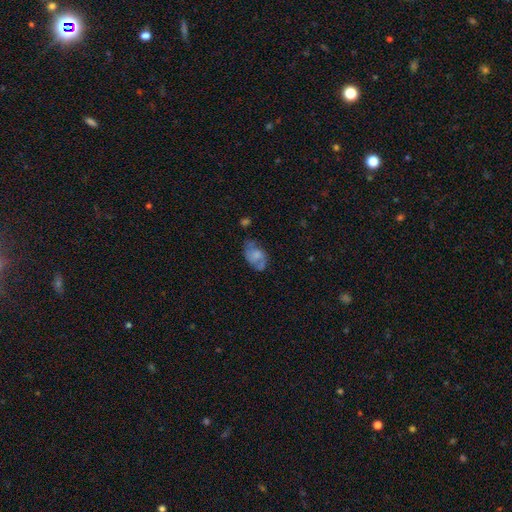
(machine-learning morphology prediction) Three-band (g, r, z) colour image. It shows a smooth galaxy with no disk features (50%). Merging: none (49%).